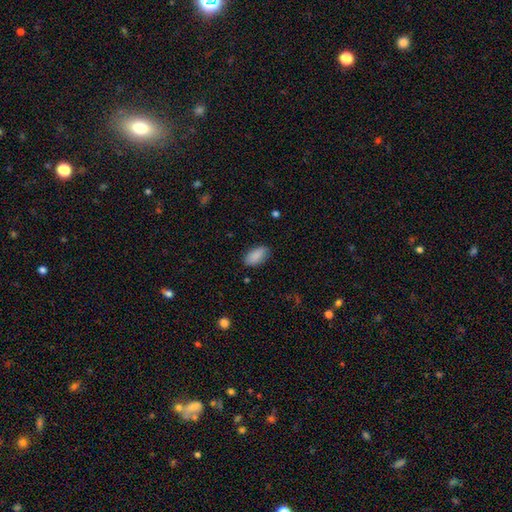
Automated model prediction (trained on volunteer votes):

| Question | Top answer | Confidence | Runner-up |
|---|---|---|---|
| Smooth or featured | smooth | 89% | star or artifact (7%) |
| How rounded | in between | 93% | cigar-shaped (4%) |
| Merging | none | 85% | minor disturbance (12%) |